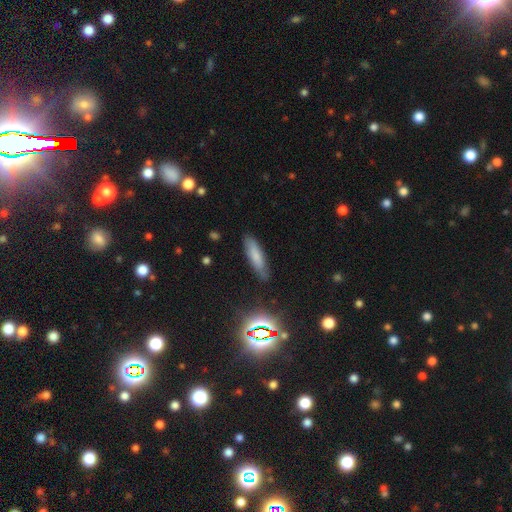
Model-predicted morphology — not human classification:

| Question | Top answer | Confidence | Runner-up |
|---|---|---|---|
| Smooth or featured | smooth | 70% | featured or disk (17%) |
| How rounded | cigar-shaped | 65% | in between (33%) |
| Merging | none | 81% | minor disturbance (14%) |